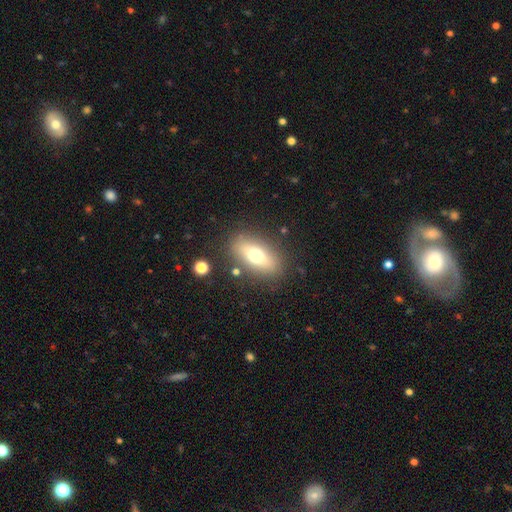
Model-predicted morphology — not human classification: Overall: smooth (63%; featured or disk 27%). How rounded: in between (77%). Merging: none (82%).